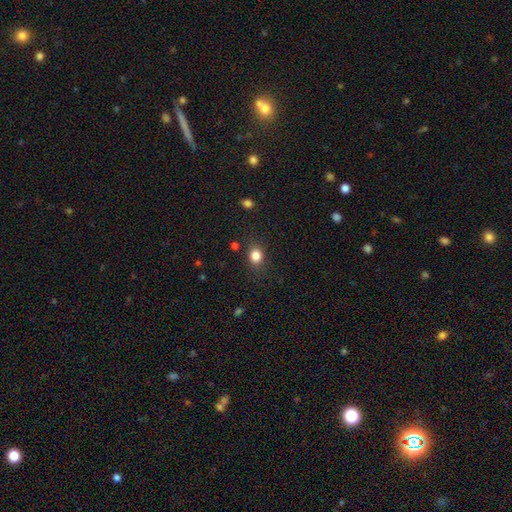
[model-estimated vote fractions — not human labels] A smooth galaxy with no disk features (83%) that is round (67%). Merging: none (81%).